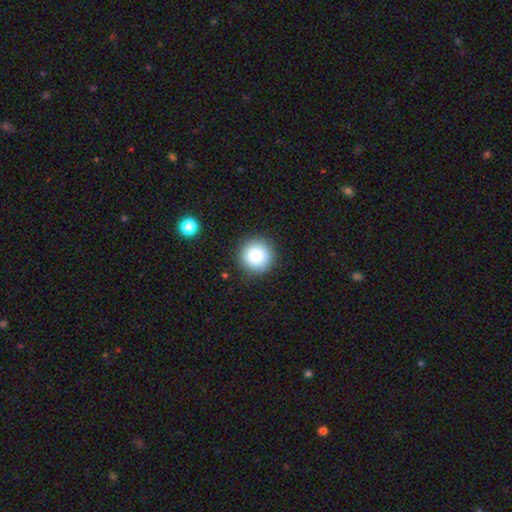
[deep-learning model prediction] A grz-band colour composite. It shows a smooth galaxy with no disk features (80%) that is round (95%). Merging: none (88%).